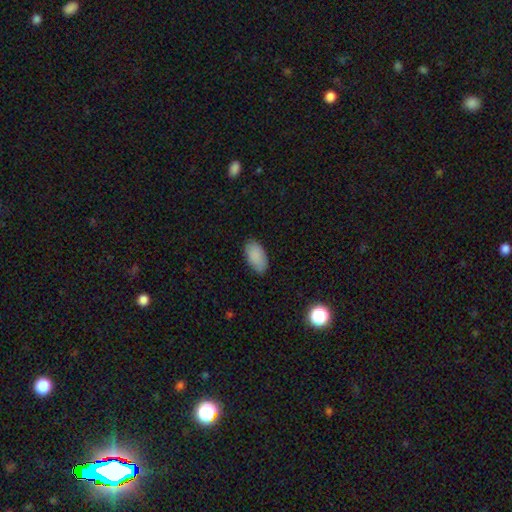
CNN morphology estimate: Smooth or featured? smooth (88%)
How rounded? in between (95%)
Merging? none (83%)